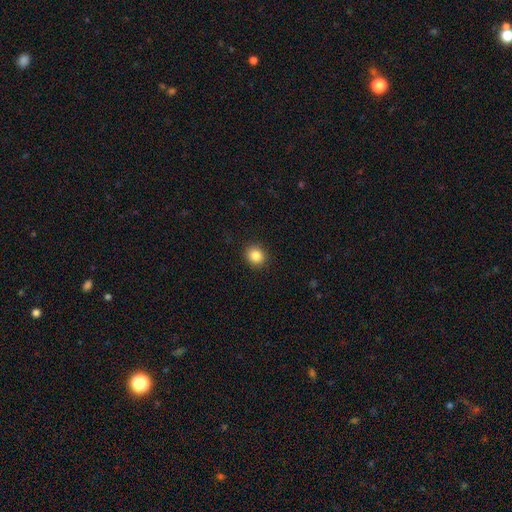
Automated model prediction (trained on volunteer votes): smooth-or-featured: smooth: 85% | star or artifact: 10% | featured or disk: 5%
  how-rounded: round: 80% | in between: 19% | cigar-shaped: 1%
  merging: none: 91% | minor disturbance: 6% | major disturbance: 2% | merger: 1%